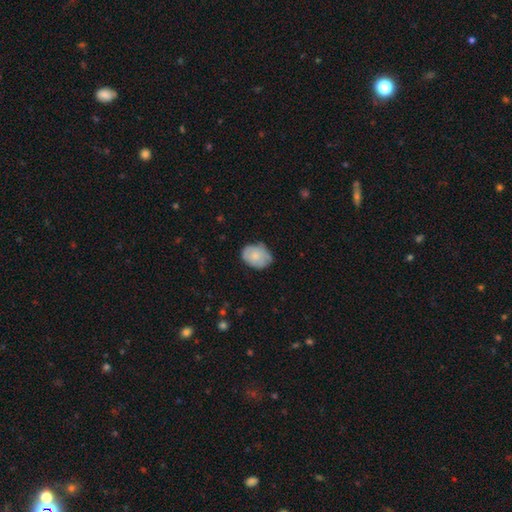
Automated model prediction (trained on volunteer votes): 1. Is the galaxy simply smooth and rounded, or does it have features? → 70% smooth, 23% featured or disk, 7% star or artifact.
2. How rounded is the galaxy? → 64% in between, 35% round, 1% cigar-shaped.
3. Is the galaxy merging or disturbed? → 64% none, 29% minor disturbance, 5% major disturbance, 1% merger.